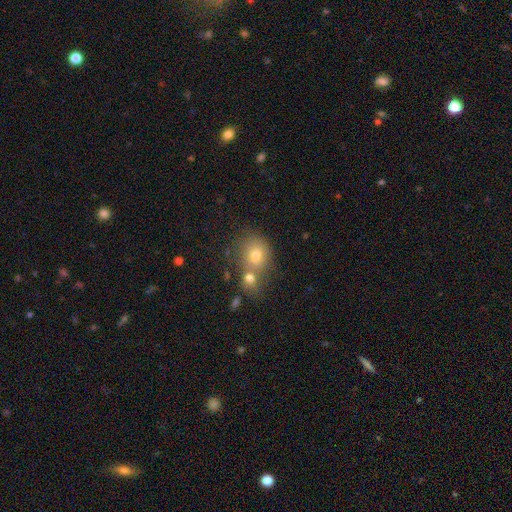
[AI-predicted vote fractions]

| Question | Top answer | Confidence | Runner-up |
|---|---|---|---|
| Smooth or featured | smooth | 73% | featured or disk (14%) |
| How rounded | round | 72% | in between (27%) |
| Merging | none | 45% | merger (42%) |